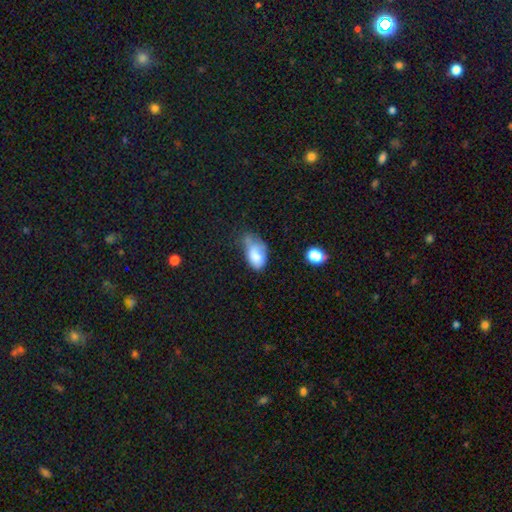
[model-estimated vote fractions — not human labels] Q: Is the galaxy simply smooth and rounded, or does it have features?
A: smooth — 75%.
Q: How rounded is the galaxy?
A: in between — 90%.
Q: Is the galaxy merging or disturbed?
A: minor disturbance — 39%.